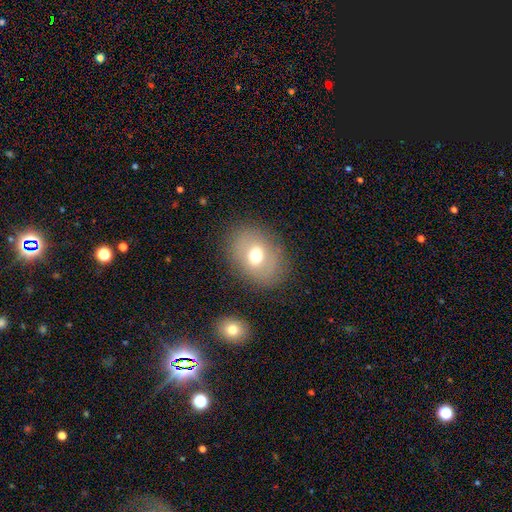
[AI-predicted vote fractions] This appears to be a smooth galaxy with no disk features (64%) that is in between round and cigar-shaped (62%). Merging: none (83%).